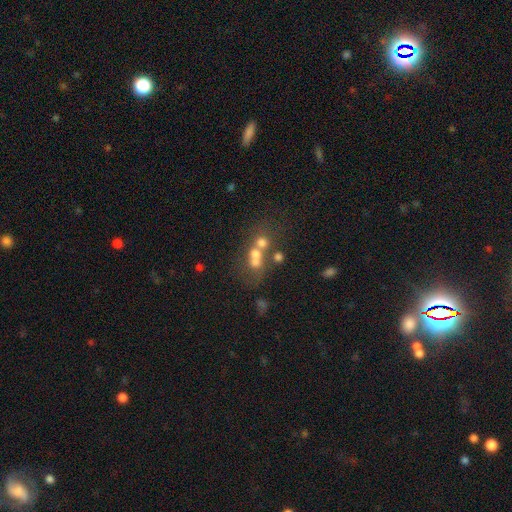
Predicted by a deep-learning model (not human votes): Q: Smooth or featured?
A: smooth (49%); runner-up: featured or disk (30%)
Q: Merging?
A: merger (56%); runner-up: none (30%)